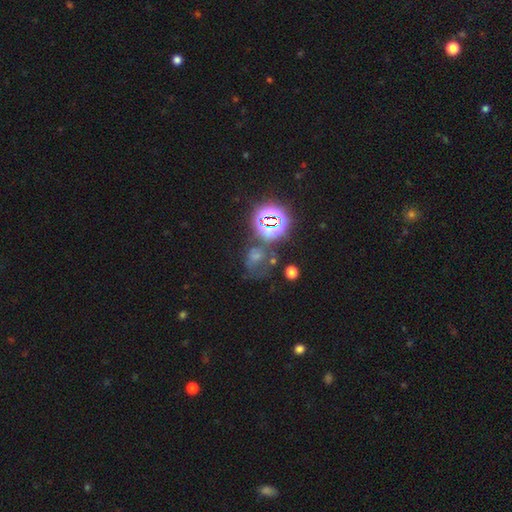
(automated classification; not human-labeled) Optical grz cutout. It shows a star or artifact, not a galaxy (56%).